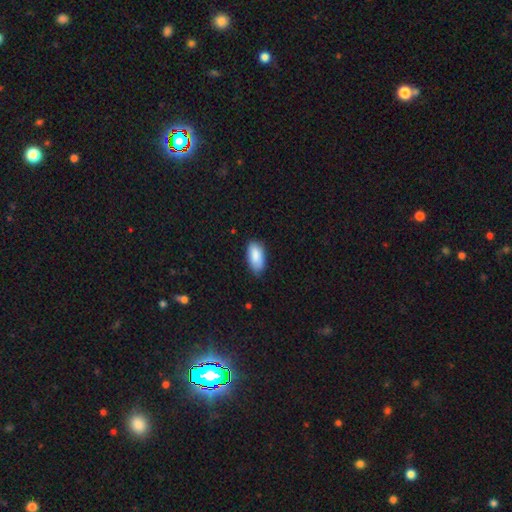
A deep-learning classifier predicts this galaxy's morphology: smooth-or-featured: smooth: 88% | star or artifact: 6% | featured or disk: 5%
  how-rounded: in between: 92% | cigar-shaped: 6% | round: 2%
  merging: none: 76% | minor disturbance: 20% | major disturbance: 3% | merger: 1%